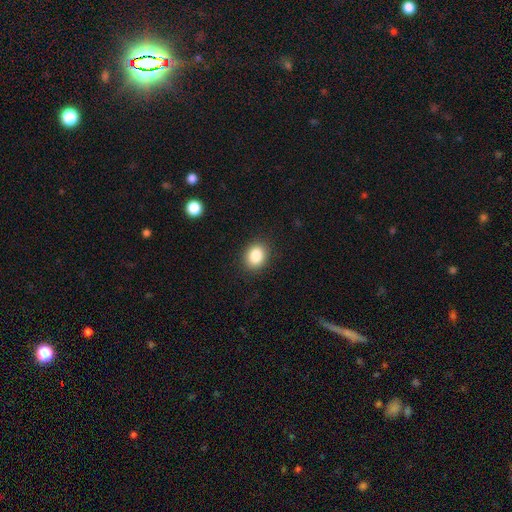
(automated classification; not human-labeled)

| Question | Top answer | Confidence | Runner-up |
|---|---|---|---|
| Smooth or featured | smooth | 85% | star or artifact (9%) |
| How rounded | round | 50% | in between (49%) |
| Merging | none | 89% | minor disturbance (8%) |